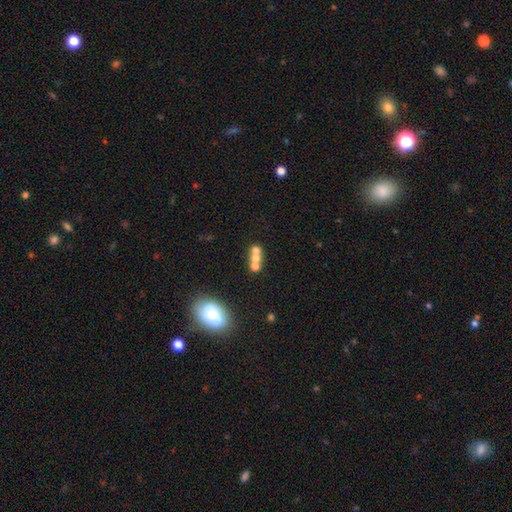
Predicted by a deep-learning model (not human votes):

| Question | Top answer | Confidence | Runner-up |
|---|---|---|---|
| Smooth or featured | smooth | 58% | featured or disk (27%) |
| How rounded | round | 66% | in between (31%) |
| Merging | merger | 59% | none (29%) |